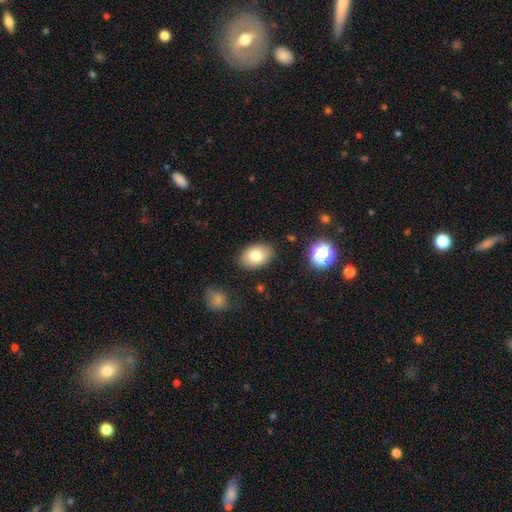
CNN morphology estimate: A smooth galaxy with no disk features (80%) that is in between round and cigar-shaped (86%). Merging: none (86%).